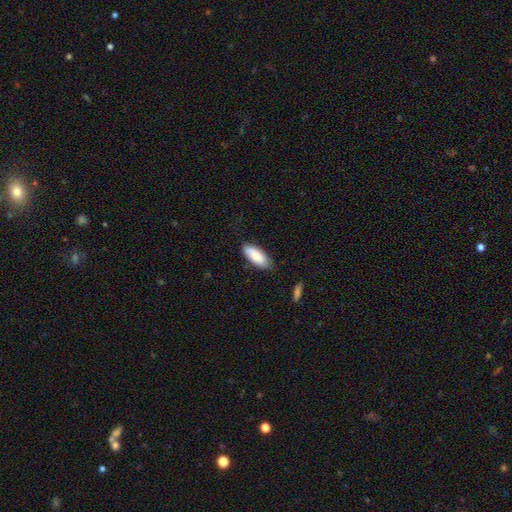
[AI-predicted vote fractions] Smooth or featured: smooth — 81% (featured or disk — 13%)
How rounded: in between — 85% (cigar-shaped — 14%)
Merging: none — 77% (minor disturbance — 18%)